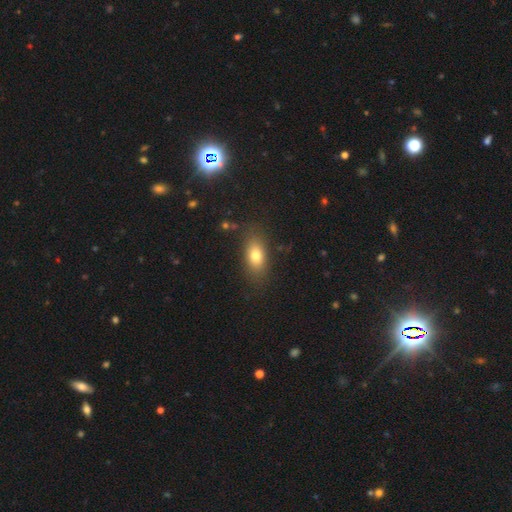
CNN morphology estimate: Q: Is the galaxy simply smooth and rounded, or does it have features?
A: smooth — 77%.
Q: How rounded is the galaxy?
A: in between — 83%.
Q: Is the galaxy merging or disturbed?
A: none — 81%.